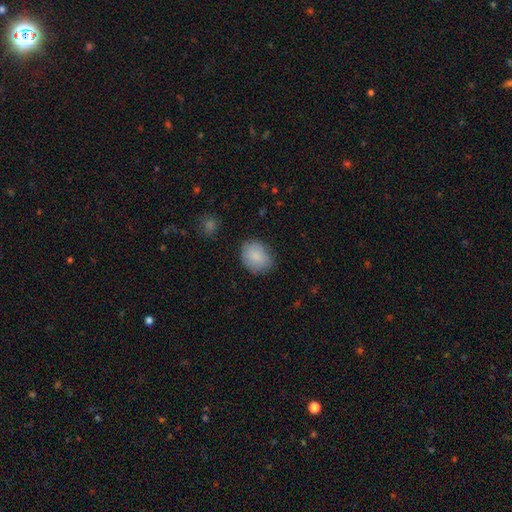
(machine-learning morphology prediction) Smooth or featured? smooth (87%)
How rounded? in between (54%)
Merging? none (75%)